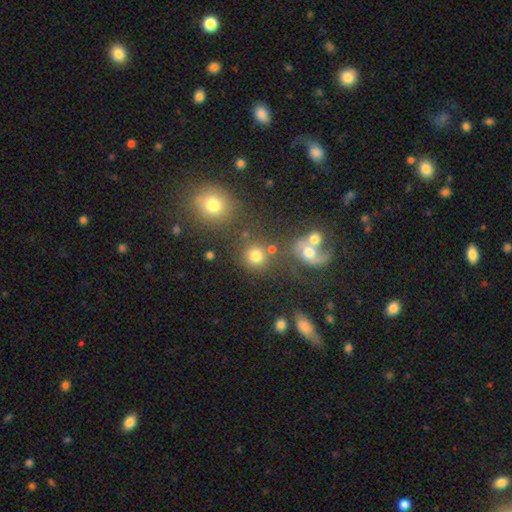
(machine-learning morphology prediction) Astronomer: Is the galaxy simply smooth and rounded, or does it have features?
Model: smooth — 75%.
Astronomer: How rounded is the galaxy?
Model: round — 87%.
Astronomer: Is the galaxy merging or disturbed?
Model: none — 64%.